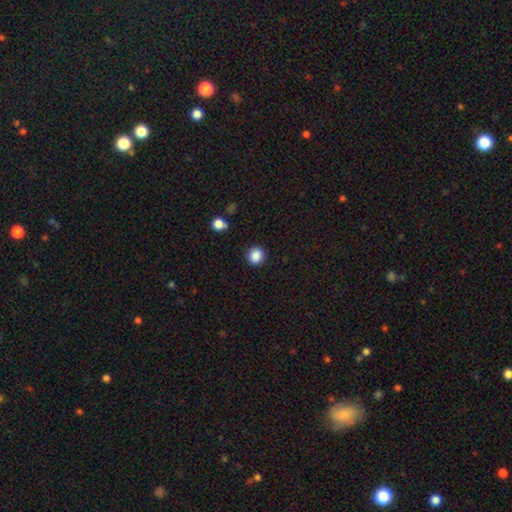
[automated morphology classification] Overall: smooth (87%). How rounded: round (88%). Merging: none (90%).